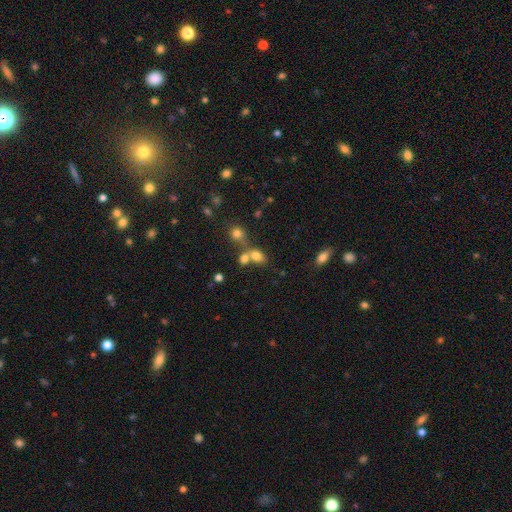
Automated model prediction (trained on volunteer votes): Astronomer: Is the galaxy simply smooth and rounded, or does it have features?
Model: smooth — 76%.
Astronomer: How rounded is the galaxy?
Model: in between — 73%.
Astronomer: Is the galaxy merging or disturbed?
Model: merger — 45% (runner-up: none, 40%).